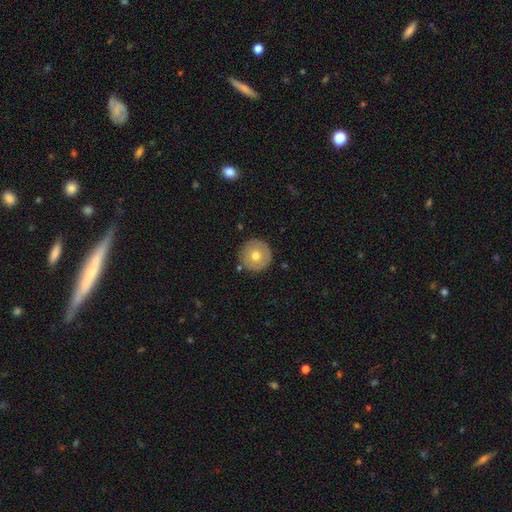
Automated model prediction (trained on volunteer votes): Smooth or featured?
  - smooth: 65% *
  - featured or disk: 27%
  - star or artifact: 7%
How rounded?
  - round: 96% *
  - in between: 3%
  - cigar-shaped: 1%
Merging?
  - none: 87% *
  - minor disturbance: 8%
  - merger: 2%
  - major disturbance: 2%